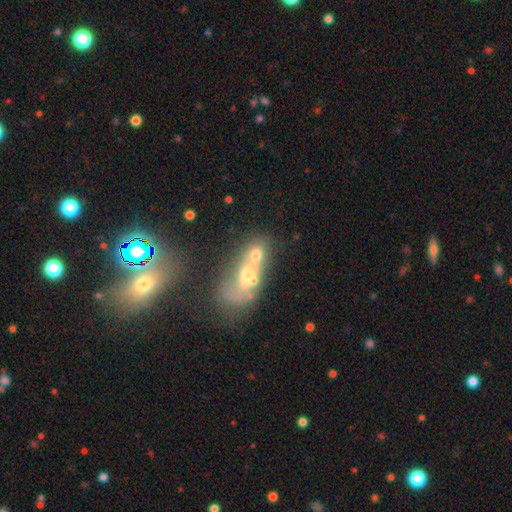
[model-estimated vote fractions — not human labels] Smooth or featured? smooth (47%)
Merging? merger (66%)